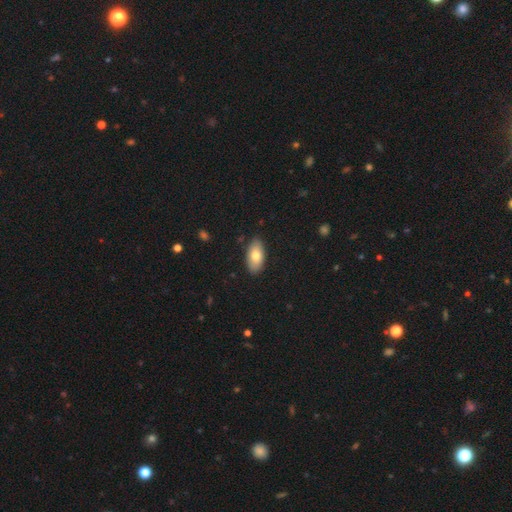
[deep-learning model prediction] A smooth galaxy with no disk features (75%) that is in between round and cigar-shaped (93%). Merging: none (87%).